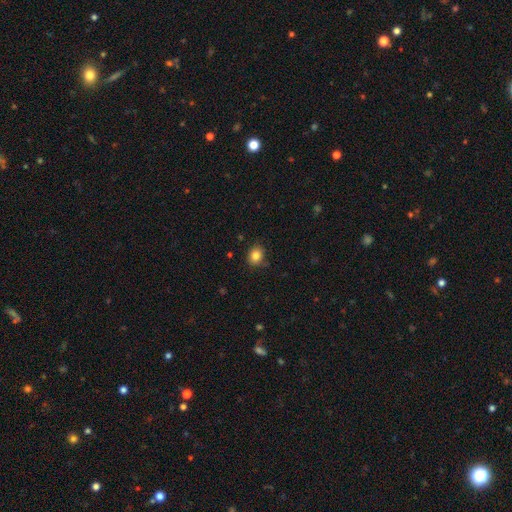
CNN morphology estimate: This is clearly a smooth galaxy (84%). How rounded: likely round (64%). Merging: clearly none (82%).